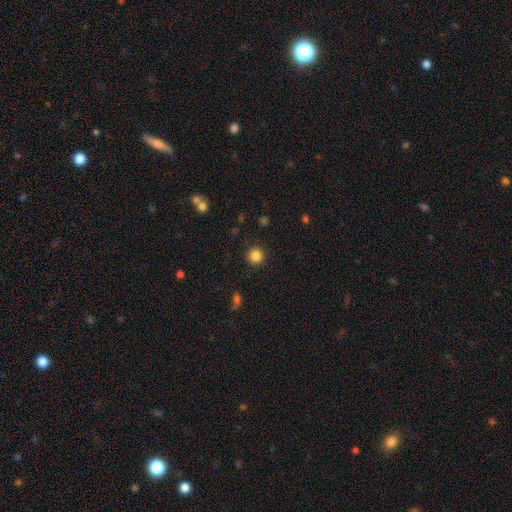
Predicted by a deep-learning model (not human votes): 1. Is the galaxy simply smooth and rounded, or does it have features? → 85% smooth, 12% star or artifact, 4% featured or disk.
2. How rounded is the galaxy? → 94% round, 5% in between, 1% cigar-shaped.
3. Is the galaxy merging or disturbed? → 90% none, 6% minor disturbance, 2% major disturbance, 1% merger.